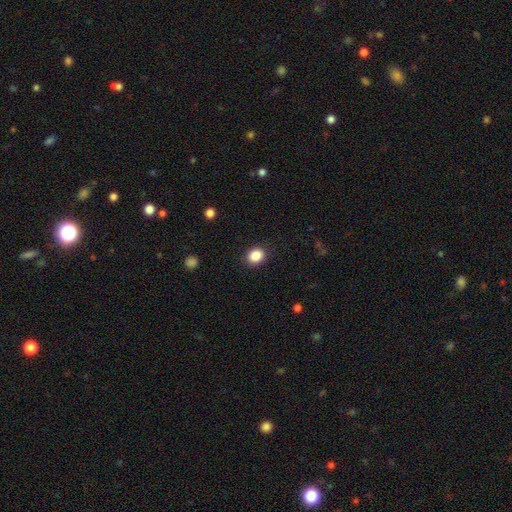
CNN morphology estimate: smooth_or_featured: smooth (p=0.87) [alt: star or artifact p=0.09]
how_rounded: round (p=0.60) [alt: in between p=0.40]
merging: none (p=0.89) [alt: minor disturbance p=0.08]